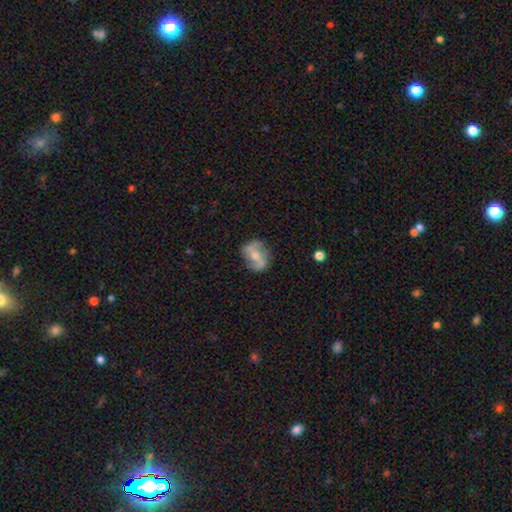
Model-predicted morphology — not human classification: Smooth or featured: featured or disk — 73% (smooth — 20%)
Edge-on disk: no — 95% (yes — 5%)
Bar: weak — 36% (strong — 35%)
Spiral arms: yes — 86% (no — 14%)
Spiral winding: loose — 57% (medium — 31%)
Spiral arm count: 2 — 89% (can't tell — 5%)
Bulge size: moderate — 53% (small — 42%)
Merging: none — 76% (minor disturbance — 16%)